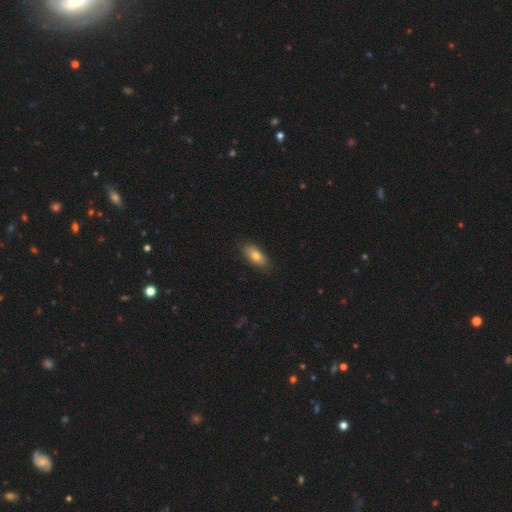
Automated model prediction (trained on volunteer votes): smooth 77%, featured or disk 16%, star or artifact 7%. Down the decision tree: how rounded — in between (83%); merging — none (84%).